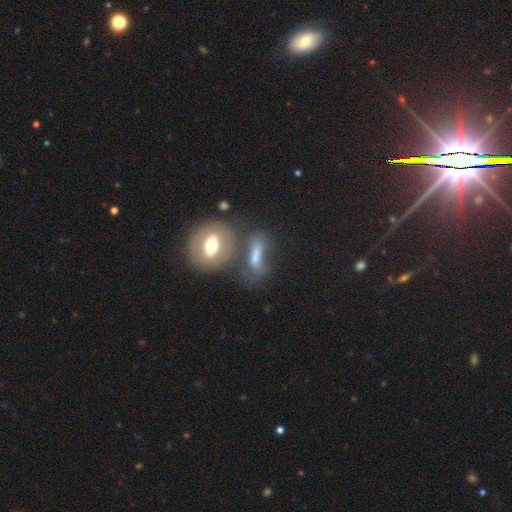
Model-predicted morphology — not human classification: This appears to be a smooth galaxy with no disk features (53%) that is in between round and cigar-shaped (56%). Merging: none (42%).